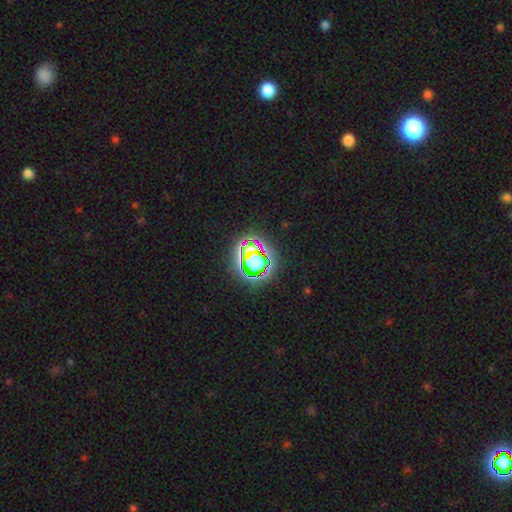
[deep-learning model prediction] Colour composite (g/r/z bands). It shows a star or artifact, not a galaxy (67%).